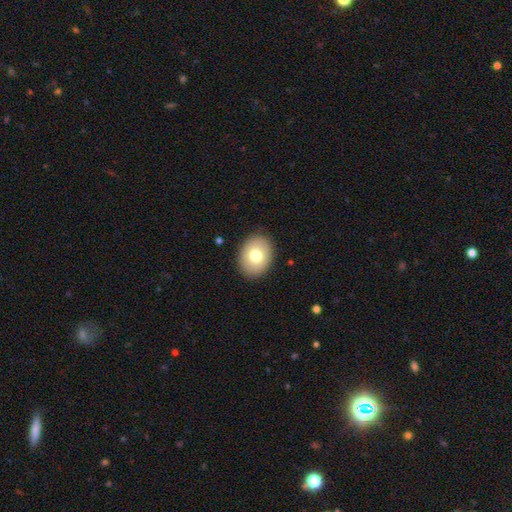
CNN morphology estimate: type=smooth (75%); roundness=in between (62%); merging=none (89%).